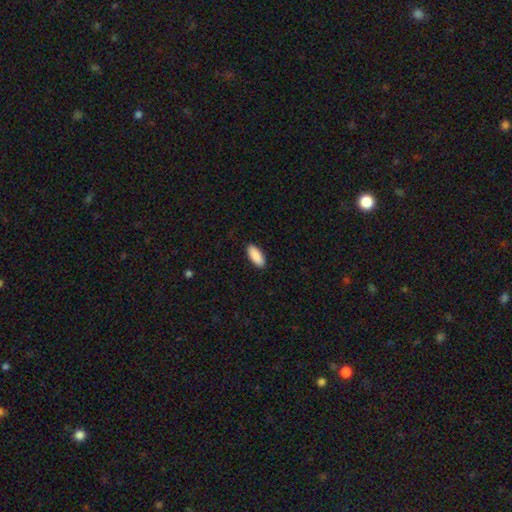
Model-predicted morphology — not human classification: Q: Smooth or featured?
A: smooth (91%); runner-up: star or artifact (6%)
Q: How rounded?
A: in between (83%); runner-up: cigar-shaped (15%)
Q: Merging?
A: none (90%); runner-up: minor disturbance (7%)